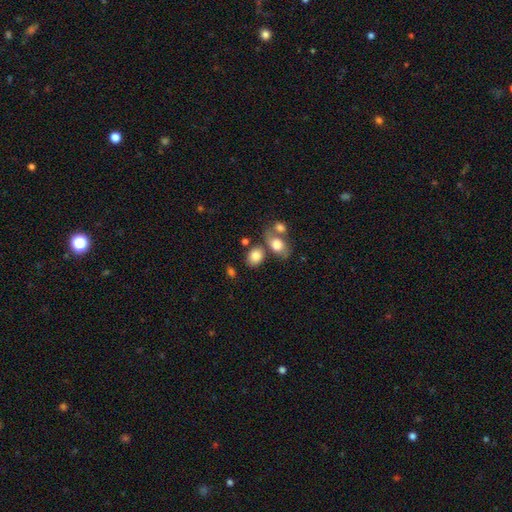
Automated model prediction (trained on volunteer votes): The model was most divided on "how rounded": in between: 64%, round: 35%, cigar-shaped: 1%. More confident: smooth or featured — smooth (81%); merging — none (57%).